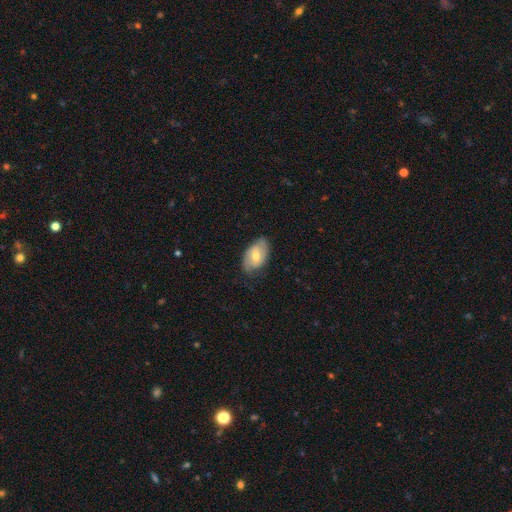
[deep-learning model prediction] Smooth or featured? Predicted: smooth (p=0.48). Merging? Predicted: none (p=0.71).